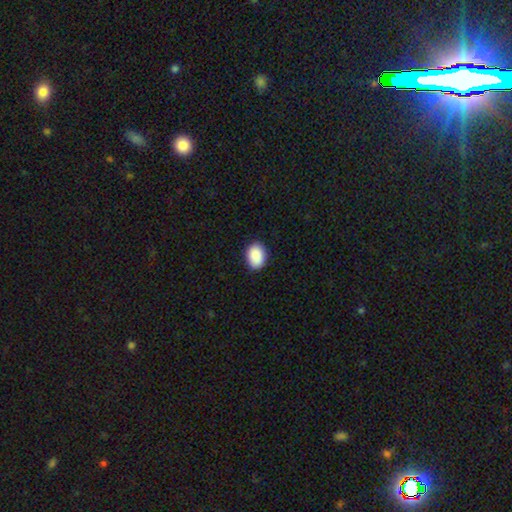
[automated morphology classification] Overall: smooth (91%). How rounded: in between (76%). Merging: none (88%).